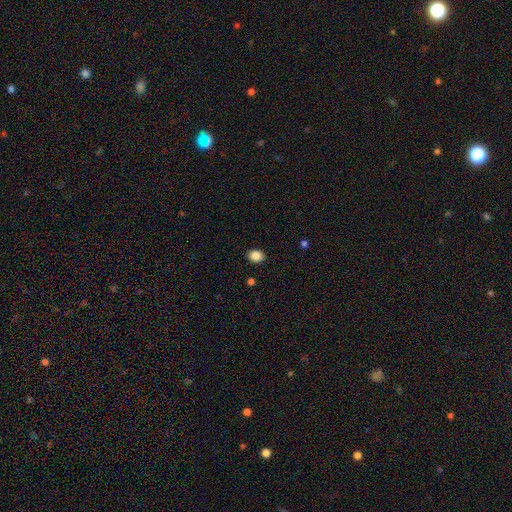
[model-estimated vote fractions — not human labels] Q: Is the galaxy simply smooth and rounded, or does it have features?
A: smooth — 87%.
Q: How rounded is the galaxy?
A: in between — 67%.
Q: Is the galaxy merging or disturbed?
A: none — 89%.